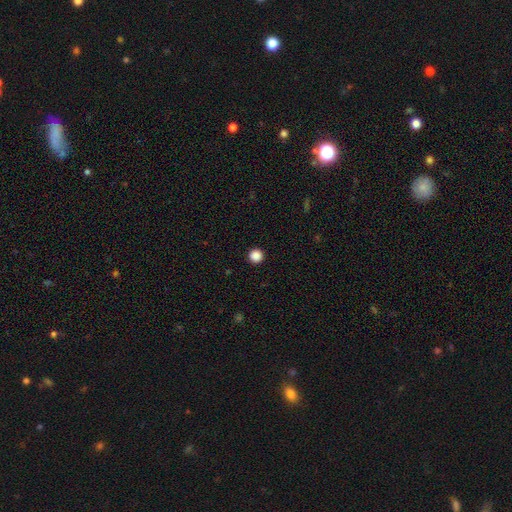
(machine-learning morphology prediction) type=smooth (87%); roundness=round (96%); merging=none (94%).